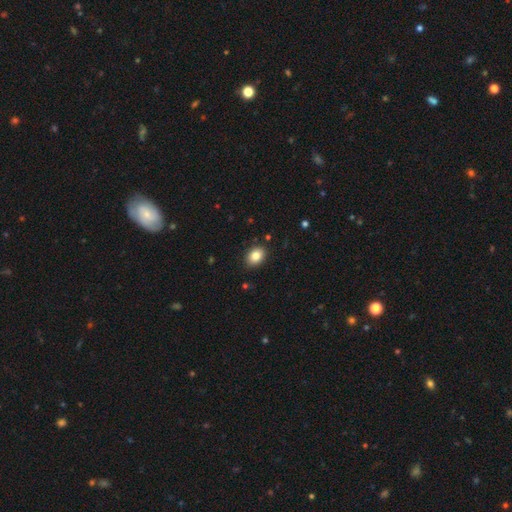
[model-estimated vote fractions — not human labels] smooth-or-featured: smooth: 84% | star or artifact: 9% | featured or disk: 7%
  how-rounded: in between: 71% | round: 28% | cigar-shaped: 1%
  merging: none: 89% | minor disturbance: 8% | major disturbance: 2% | merger: 1%